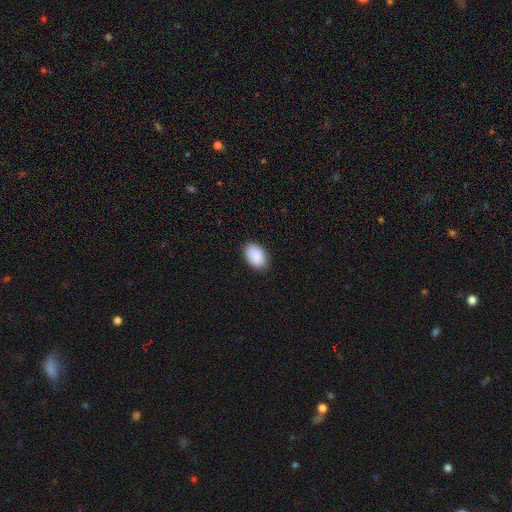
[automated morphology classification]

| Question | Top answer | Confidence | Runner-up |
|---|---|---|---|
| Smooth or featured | smooth | 90% | star or artifact (7%) |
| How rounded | in between | 89% | round (10%) |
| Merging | none | 83% | minor disturbance (13%) |